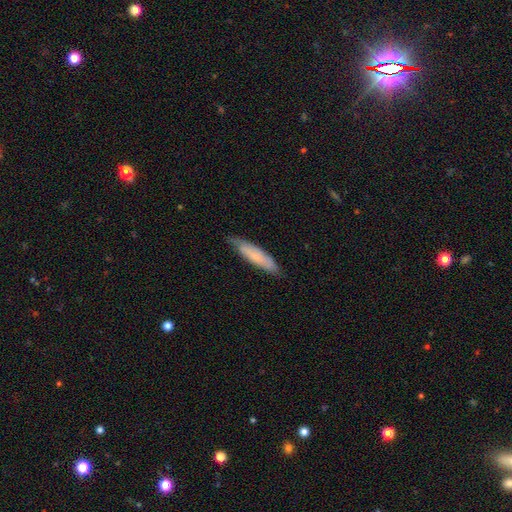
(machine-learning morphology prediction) smooth 69%, featured or disk 25%, star or artifact 6%. Down the decision tree: how rounded — cigar-shaped (79%); merging — none (77%).